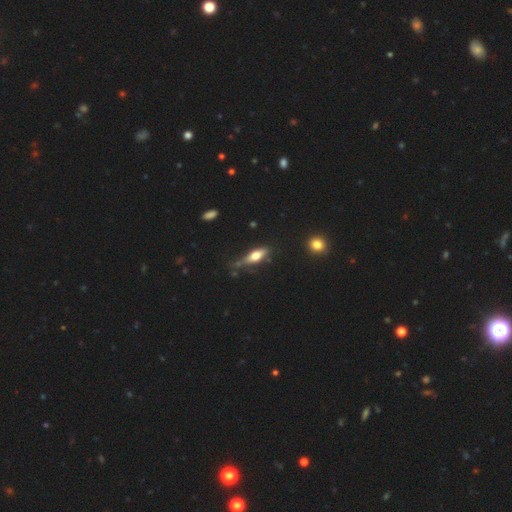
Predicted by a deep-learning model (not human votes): smooth-or-featured: smooth: 53% | featured or disk: 39% | star or artifact: 8%
  how-rounded: cigar-shaped: 49% | in between: 47% | round: 4%
  merging: none: 59% | minor disturbance: 26% | major disturbance: 10% | merger: 5%